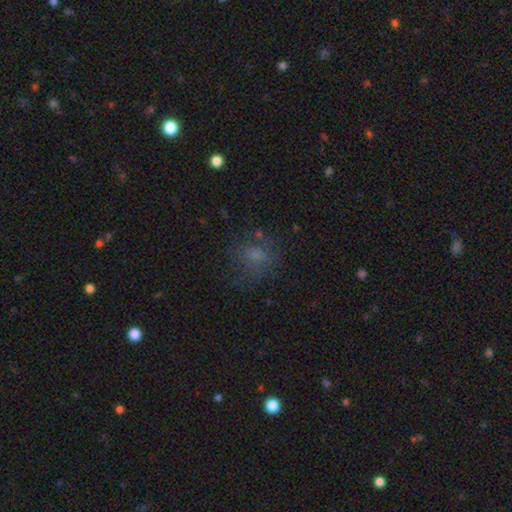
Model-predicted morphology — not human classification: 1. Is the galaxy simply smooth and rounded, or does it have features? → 63% smooth, 20% star or artifact, 17% featured or disk.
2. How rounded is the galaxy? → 59% round, 39% in between, 2% cigar-shaped.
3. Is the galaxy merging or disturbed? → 60% none, 20% minor disturbance, 17% major disturbance, 3% merger.